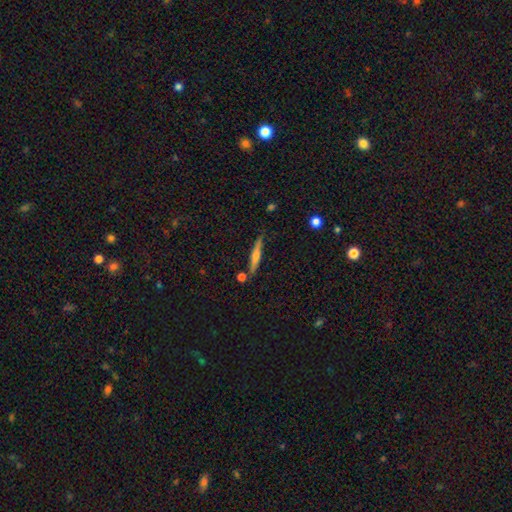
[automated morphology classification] This is possibly a featured or disk galaxy (59%). It is clearly viewed edge-on (96%). Edge-on bulge: likely rounded (76%). Merging: clearly none (83%).